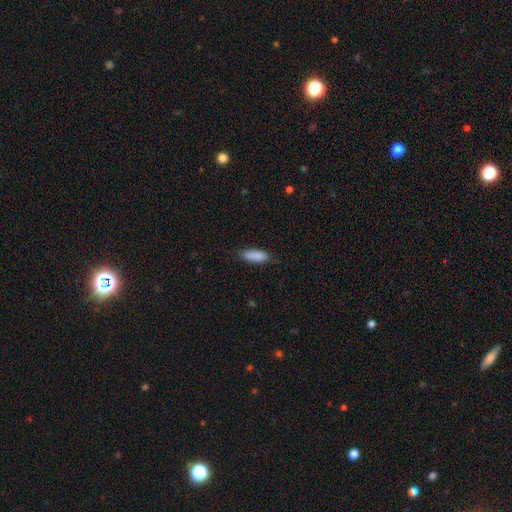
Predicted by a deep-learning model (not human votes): smooth-or-featured: smooth: 89% | star or artifact: 6% | featured or disk: 5%
  how-rounded: in between: 66% | cigar-shaped: 32% | round: 2%
  merging: none: 80% | minor disturbance: 16% | major disturbance: 3% | merger: 1%